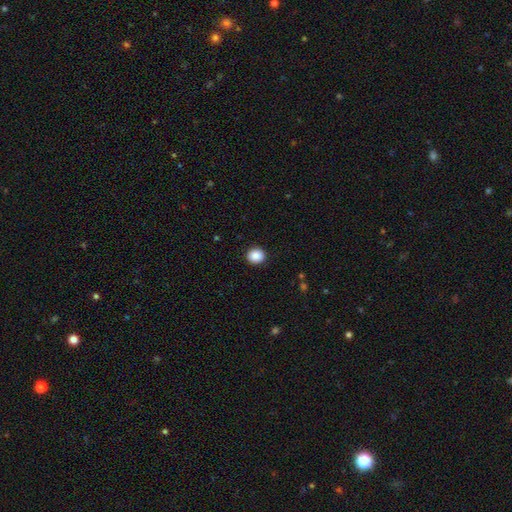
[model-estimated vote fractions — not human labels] Smooth or featured? smooth (89%)
How rounded? round (86%)
Merging? none (92%)